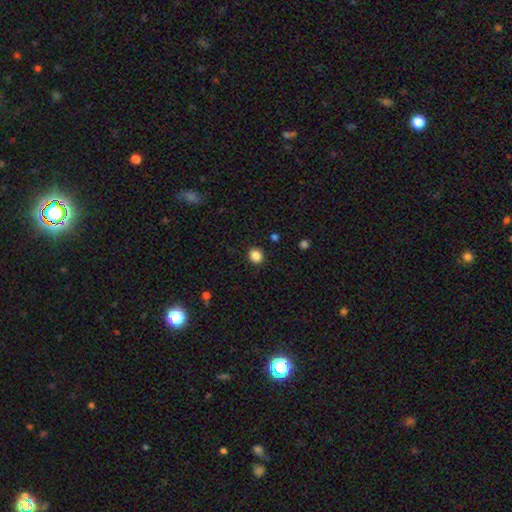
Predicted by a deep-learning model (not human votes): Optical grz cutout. It shows a smooth galaxy with no disk features (85%) that is round (91%). Merging: none (92%).